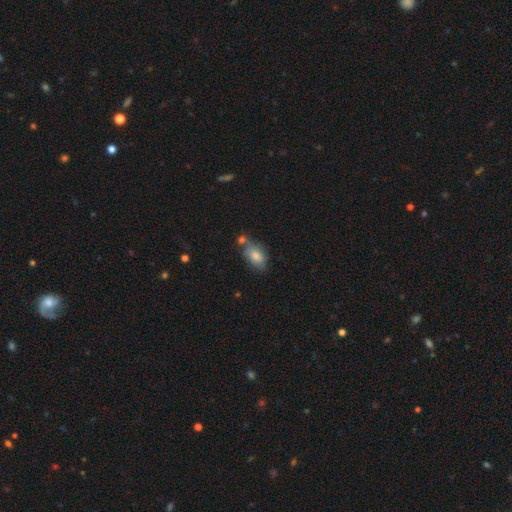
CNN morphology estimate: A smooth galaxy with no disk features (79%) that is in between round and cigar-shaped (89%).

Vote fractions:
- Smooth or featured? smooth: 79% / featured or disk: 14% / star or artifact: 7%
- How rounded? in between: 89% / round: 9% / cigar-shaped: 2%
- Merging? none: 48% / minor disturbance: 23% / merger: 22% / major disturbance: 8%